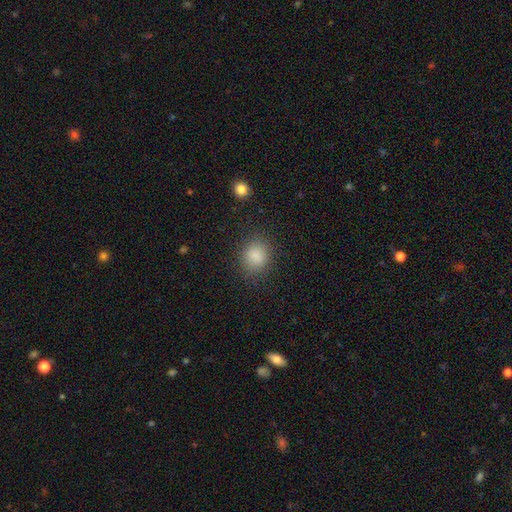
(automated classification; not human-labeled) This is clearly a smooth galaxy (86%). How rounded: likely round (70%). Merging: clearly none (82%).